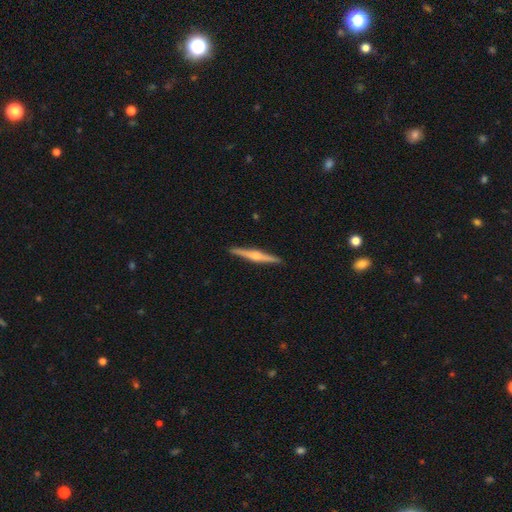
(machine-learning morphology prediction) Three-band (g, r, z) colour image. It shows a featured or disk galaxy (71%) viewed edge-on (98%) with a rounded central bulge (84%). Merging: none (92%).